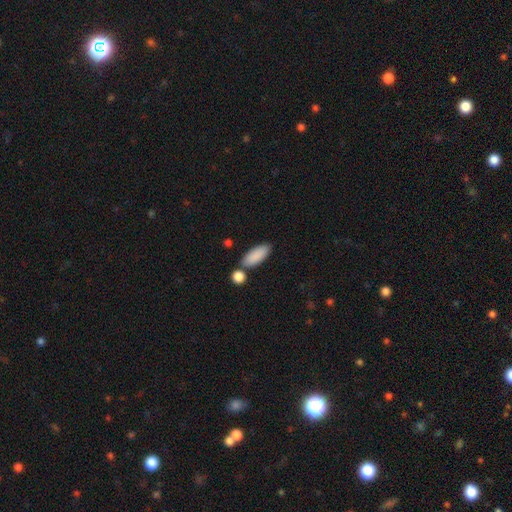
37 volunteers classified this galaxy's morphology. smooth 95%, featured or disk 3%, star or artifact 3%. Down the decision tree: how rounded — in between (71%); merging — none (61%).